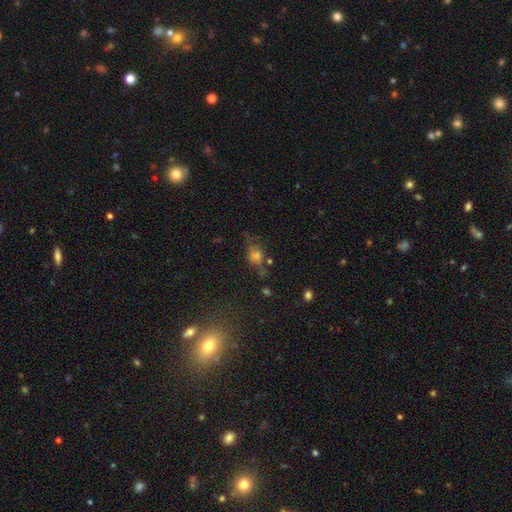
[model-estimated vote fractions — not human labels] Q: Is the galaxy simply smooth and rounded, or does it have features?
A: smooth — 52%.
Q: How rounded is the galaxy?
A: in between — 57%.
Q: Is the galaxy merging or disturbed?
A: none — 52%.